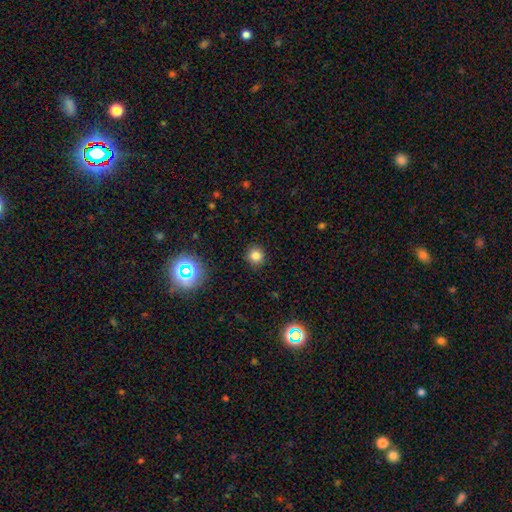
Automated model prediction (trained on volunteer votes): Smooth or featured: smooth — 80% (star or artifact — 15%)
How rounded: round — 90% (in between — 9%)
Merging: none — 90% (minor disturbance — 7%)